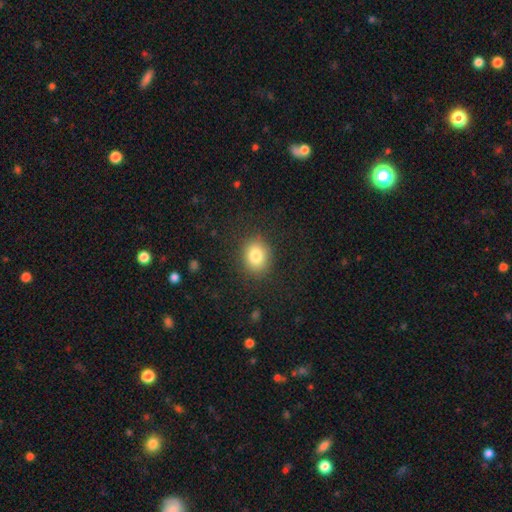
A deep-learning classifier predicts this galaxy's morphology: smooth-or-featured: smooth: 82% | star or artifact: 10% | featured or disk: 8%
  how-rounded: round: 59% | in between: 40% | cigar-shaped: 1%
  merging: none: 86% | minor disturbance: 9% | major disturbance: 4% | merger: 1%